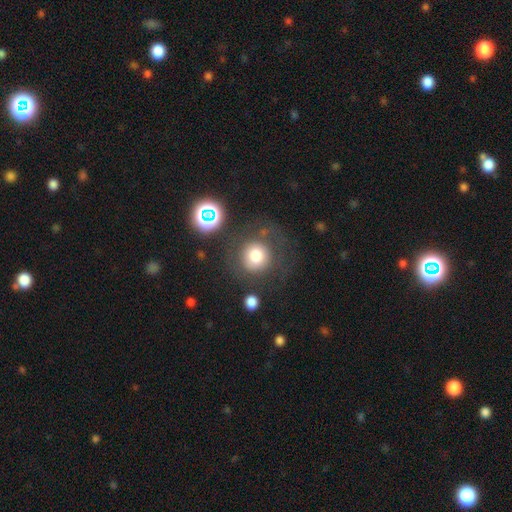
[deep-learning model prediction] The model was most divided on "merging": none: 70%, minor disturbance: 13%, major disturbance: 12%, merger: 5%. More confident: how rounded — round (92%); smooth or featured — smooth (75%).